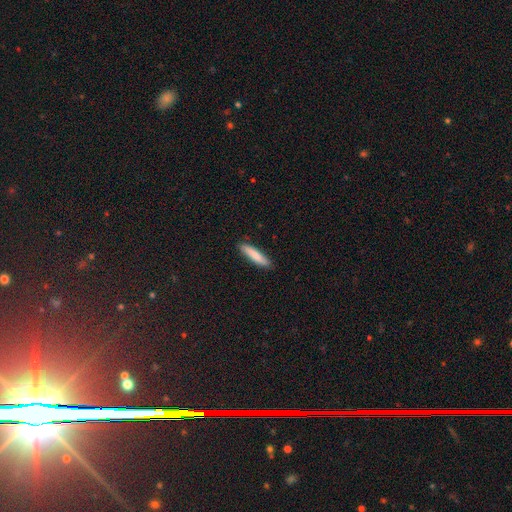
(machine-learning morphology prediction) The model was most divided on "smooth or featured": smooth: 79%, featured or disk: 16%, star or artifact: 5%. More confident: merging — none (88%); how rounded — cigar-shaped (86%).